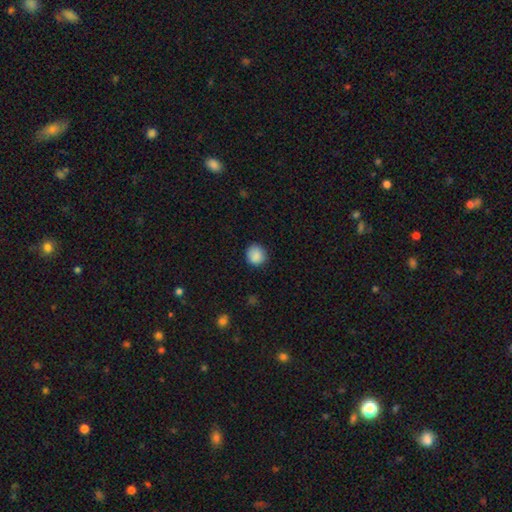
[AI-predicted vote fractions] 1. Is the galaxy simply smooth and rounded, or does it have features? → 88% smooth, 9% star or artifact, 4% featured or disk.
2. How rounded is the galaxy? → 88% round, 11% in between, 1% cigar-shaped.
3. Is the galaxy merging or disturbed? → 84% none, 12% minor disturbance, 3% major disturbance, 1% merger.